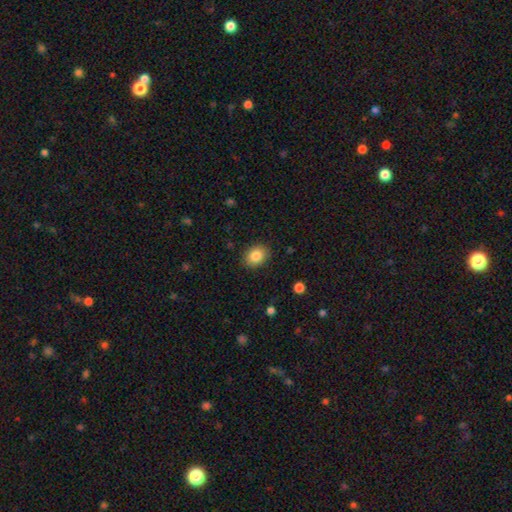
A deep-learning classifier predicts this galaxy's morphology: The model was most divided on "how rounded": in between: 58%, round: 41%, cigar-shaped: 1%. More confident: merging — none (87%); smooth or featured — smooth (85%).